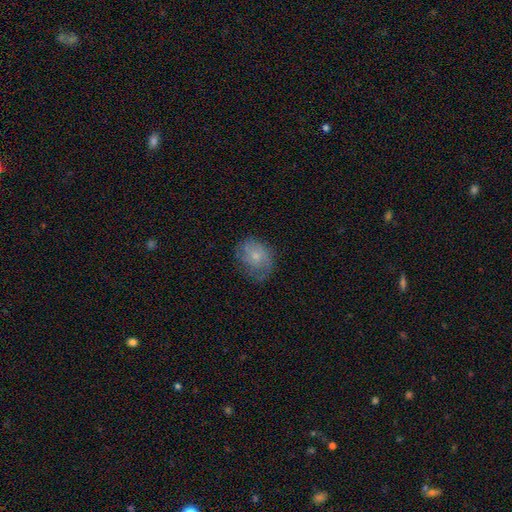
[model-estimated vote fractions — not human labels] smooth-or-featured: smooth: 53% | featured or disk: 39% | star or artifact: 8%
  how-rounded: in between: 50% | round: 49% | cigar-shaped: 1%
  merging: none: 60% | minor disturbance: 26% | major disturbance: 13% | merger: 1%